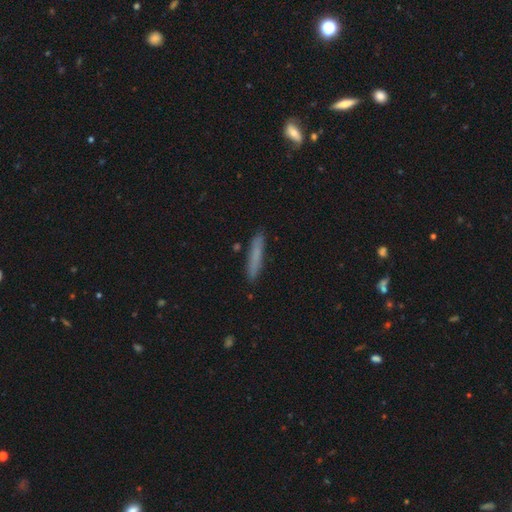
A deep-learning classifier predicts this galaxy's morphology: Smooth or featured? smooth (74%)
How rounded? cigar-shaped (94%)
Merging? none (88%)